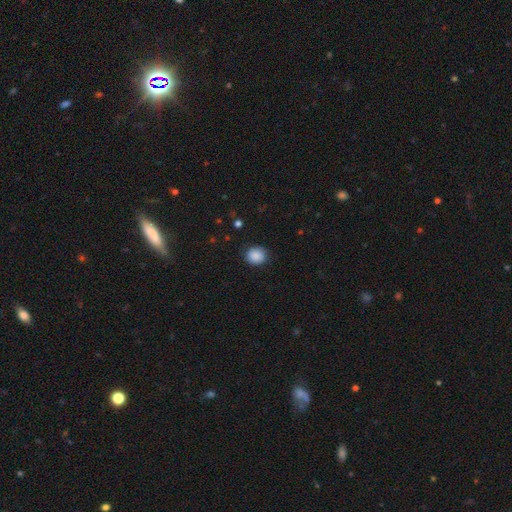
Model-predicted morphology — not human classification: smooth_or_featured: smooth (p=0.88) [alt: star or artifact p=0.08]
how_rounded: round (p=0.81) [alt: in between p=0.18]
merging: none (p=0.87) [alt: minor disturbance p=0.10]